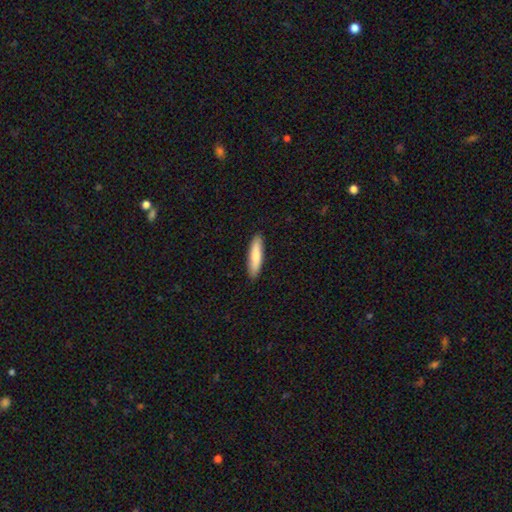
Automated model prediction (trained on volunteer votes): Smooth or featured?
  - smooth: 82% *
  - featured or disk: 13%
  - star or artifact: 5%
How rounded?
  - cigar-shaped: 77% *
  - in between: 21%
  - round: 1%
Merging?
  - none: 90% *
  - minor disturbance: 7%
  - major disturbance: 1%
  - merger: 1%